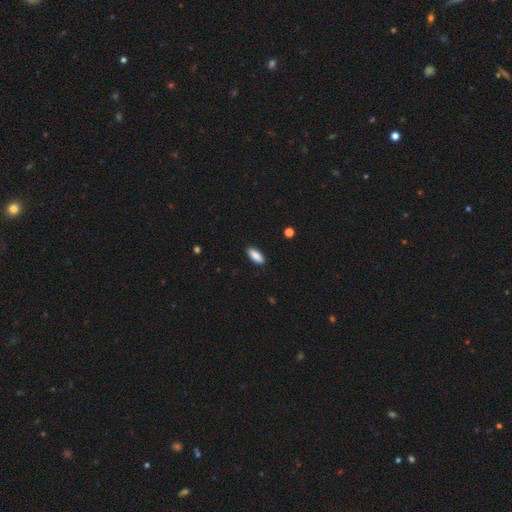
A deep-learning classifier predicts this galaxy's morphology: Smooth or featured? smooth (89%)
How rounded? in between (78%)
Merging? none (90%)